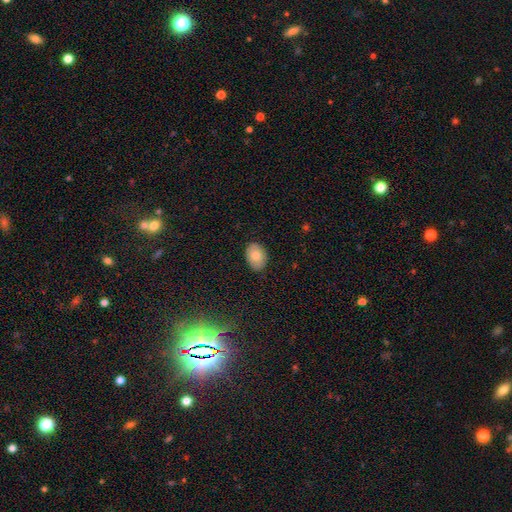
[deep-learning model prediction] A smooth galaxy with no disk features (82%) that is in between round and cigar-shaped (77%).

Vote fractions:
- Smooth or featured? smooth: 82% / featured or disk: 11% / star or artifact: 7%
- How rounded? in between: 77% / round: 22% / cigar-shaped: 1%
- Merging? none: 86% / minor disturbance: 11% / major disturbance: 2% / merger: 1%